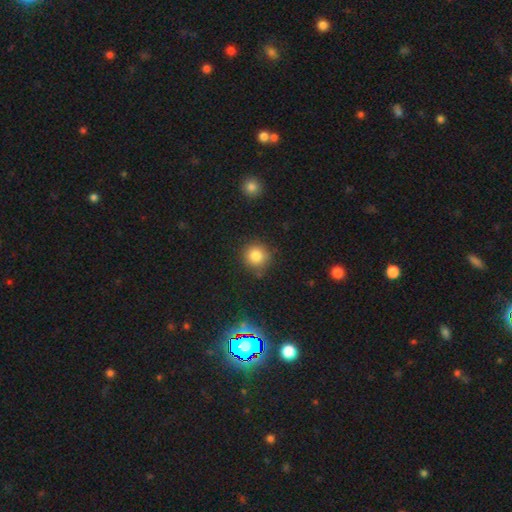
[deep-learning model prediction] Smooth or featured? smooth (83%)
How rounded? round (91%)
Merging? none (82%)